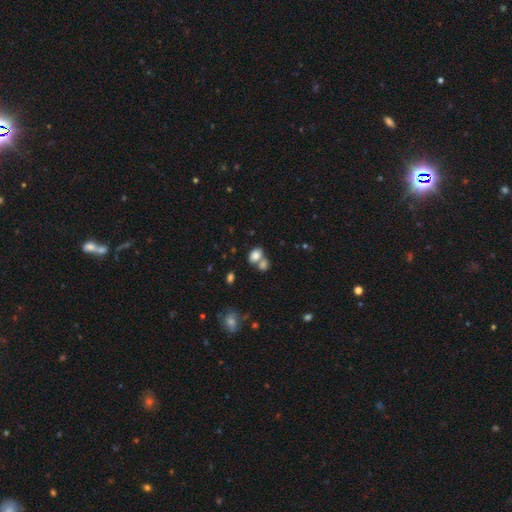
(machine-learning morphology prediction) This is clearly a smooth galaxy (80%). How rounded: likely in between (76%). Merging: possibly merger (45%).